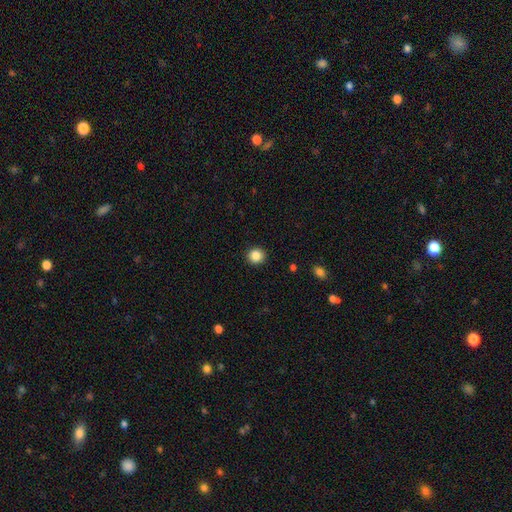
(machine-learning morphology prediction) Overall: smooth (86%). How rounded: round (86%). Merging: none (92%).